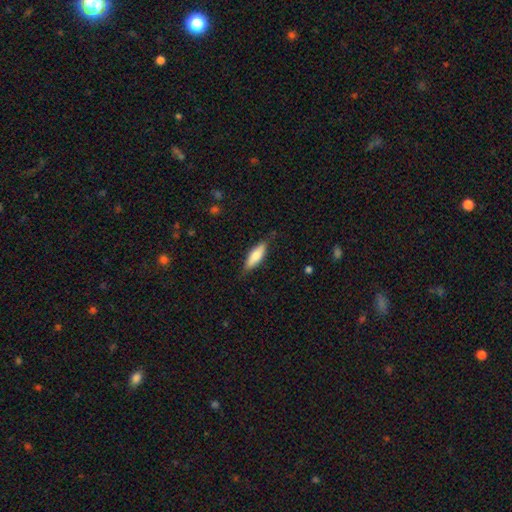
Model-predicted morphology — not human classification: smooth_or_featured: smooth (p=0.74) [alt: featured or disk p=0.20]
how_rounded: in between (p=0.52) [alt: cigar-shaped p=0.46]
merging: none (p=0.81) [alt: minor disturbance p=0.15]